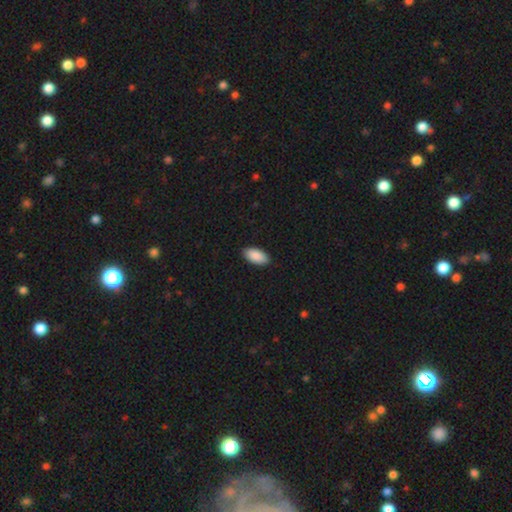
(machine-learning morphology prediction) A smooth galaxy with no disk features (91%) that is in between round and cigar-shaped (95%). Merging: none (89%).